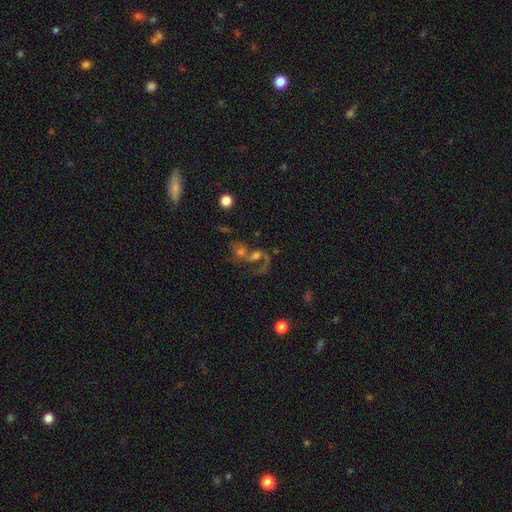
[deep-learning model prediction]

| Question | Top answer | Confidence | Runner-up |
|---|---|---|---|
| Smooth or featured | featured or disk | 57% | smooth (27%) |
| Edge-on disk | no | 96% | yes (4%) |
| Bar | no | 69% | weak (24%) |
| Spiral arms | yes | 71% | no (29%) |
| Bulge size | moderate | 42% | small (24%) |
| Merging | merger | 64% | none (16%) |